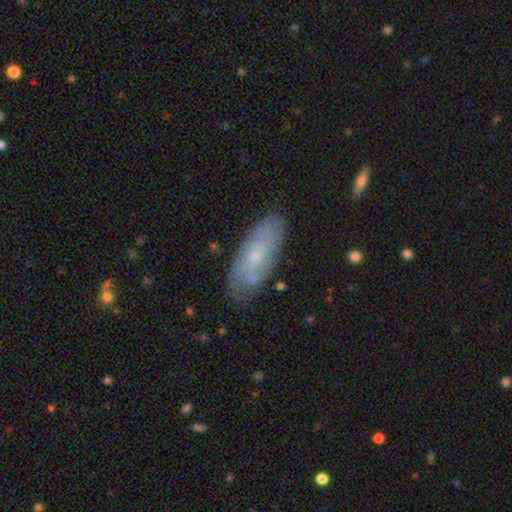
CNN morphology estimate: This appears to be a smooth galaxy with no disk features (47%). Merging: none (75%).